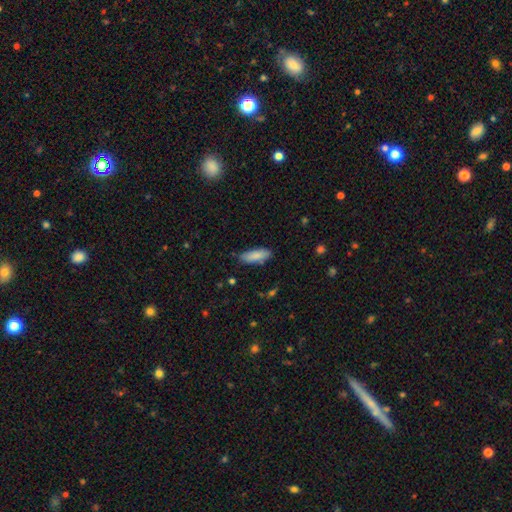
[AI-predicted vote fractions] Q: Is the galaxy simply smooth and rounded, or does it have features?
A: smooth — 86%.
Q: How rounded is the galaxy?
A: in between — 68%.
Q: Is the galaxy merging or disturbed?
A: none — 78%.